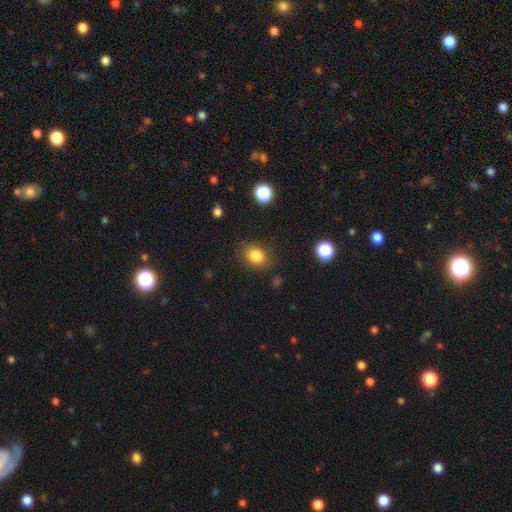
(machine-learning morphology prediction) Overall: smooth (84%). How rounded: round (54%; in between 45%). Merging: none (82%).